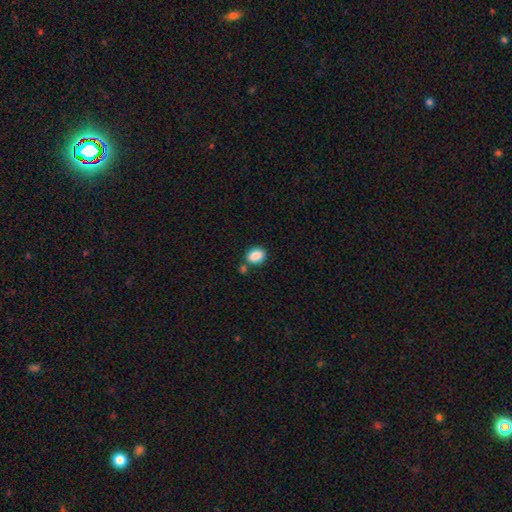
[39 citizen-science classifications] smooth_or_featured: smooth (p=0.92) [alt: featured or disk p=0.05]
how_rounded: in between (p=0.89) [alt: round p=0.11]
merging: none (p=0.76) [alt: merger p=0.16]